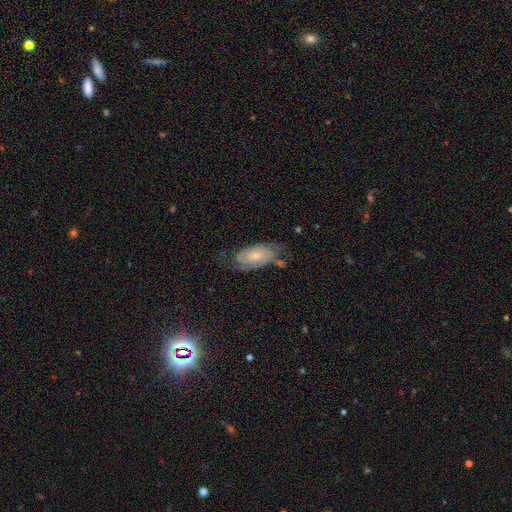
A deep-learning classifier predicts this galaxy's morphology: Smooth or featured? Predicted: featured or disk (p=0.60). Edge-on disk? Predicted: no (p=0.93). Bar? Predicted: no (p=0.73). Spiral arms? Predicted: yes (p=0.85). Bulge size? Predicted: small (p=0.62). Merging? Predicted: none (p=0.57).